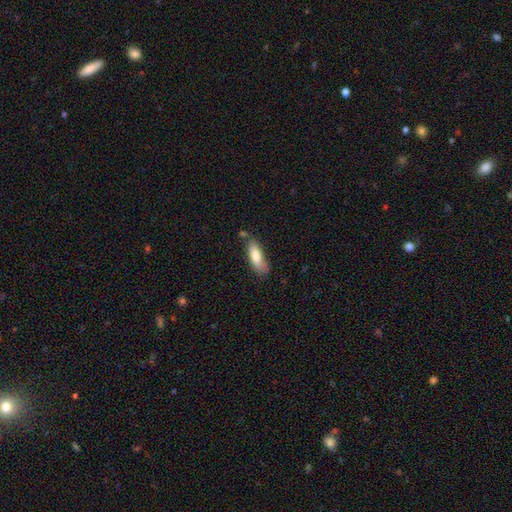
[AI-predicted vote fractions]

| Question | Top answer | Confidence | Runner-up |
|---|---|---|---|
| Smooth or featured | smooth | 78% | featured or disk (16%) |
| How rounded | in between | 59% | cigar-shaped (39%) |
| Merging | none | 65% | minor disturbance (24%) |